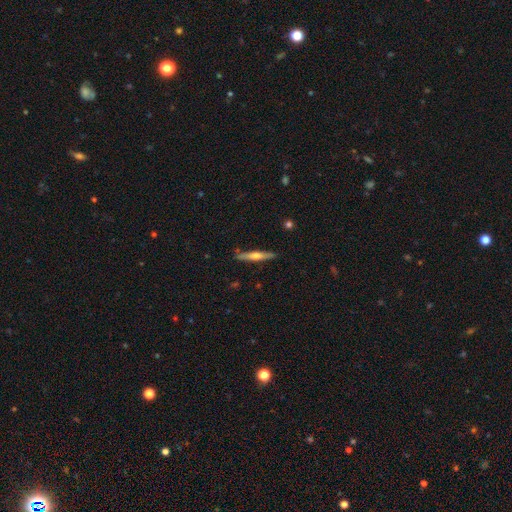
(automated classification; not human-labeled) Smooth or featured?
  - featured or disk: 56% *
  - smooth: 38%
  - star or artifact: 6%
Edge-on disk?
  - yes: 96% *
  - no: 4%
Edge-on bulge?
  - rounded: 84% *
  - none: 11%
  - boxy: 5%
Merging?
  - none: 88% *
  - minor disturbance: 8%
  - merger: 2%
  - major disturbance: 2%